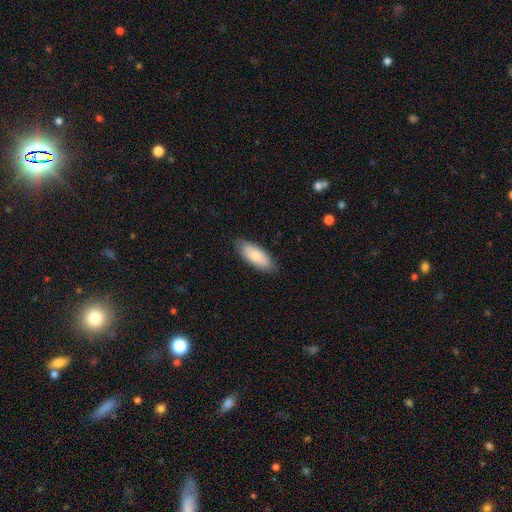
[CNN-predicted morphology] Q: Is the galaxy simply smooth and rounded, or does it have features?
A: smooth — 76%.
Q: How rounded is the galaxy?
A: in between — 83%.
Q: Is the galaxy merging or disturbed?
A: none — 83%.